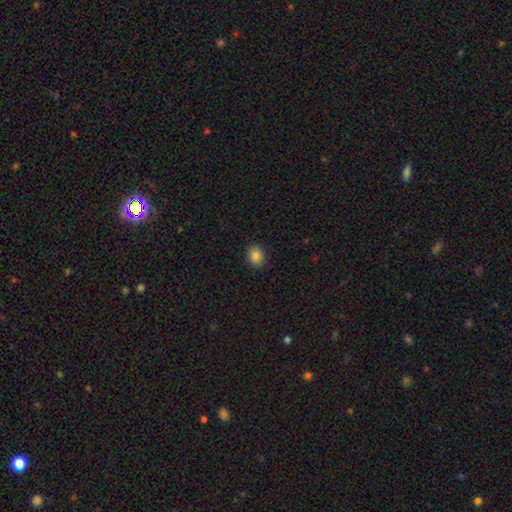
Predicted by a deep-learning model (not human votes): Smooth or featured?
  - smooth: 85% *
  - star or artifact: 10%
  - featured or disk: 5%
How rounded?
  - in between: 56% *
  - round: 43%
  - cigar-shaped: 1%
Merging?
  - none: 90% *
  - minor disturbance: 7%
  - major disturbance: 2%
  - merger: 1%